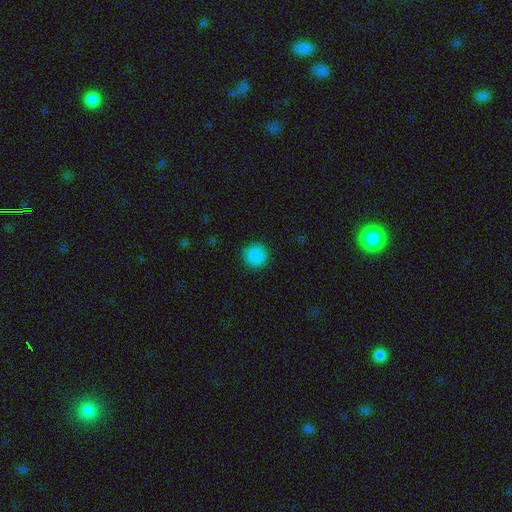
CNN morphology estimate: Q: Smooth or featured?
A: smooth (88%); runner-up: star or artifact (9%)
Q: How rounded?
A: round (95%); runner-up: in between (4%)
Q: Merging?
A: none (92%); runner-up: minor disturbance (5%)